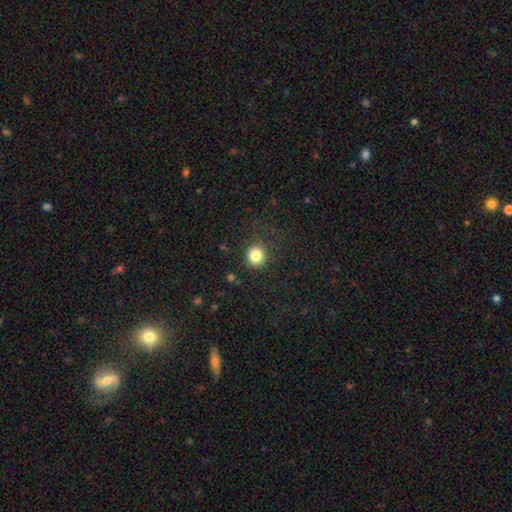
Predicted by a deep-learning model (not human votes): A smooth galaxy with no disk features (83%) that is round (90%). Merging: none (87%).